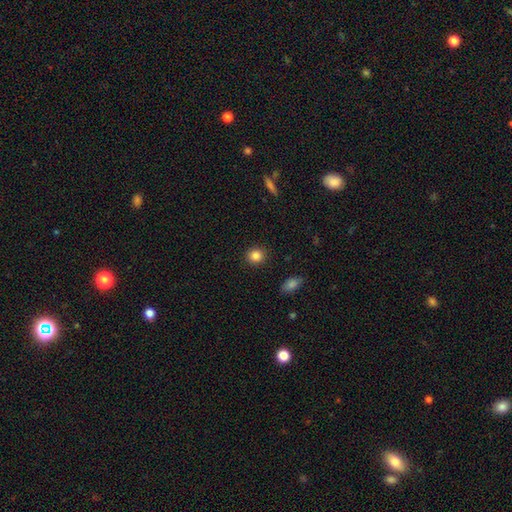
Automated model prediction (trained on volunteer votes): Q: Smooth or featured?
A: smooth (85%); runner-up: star or artifact (10%)
Q: How rounded?
A: round (87%); runner-up: in between (12%)
Q: Merging?
A: none (91%); runner-up: minor disturbance (6%)